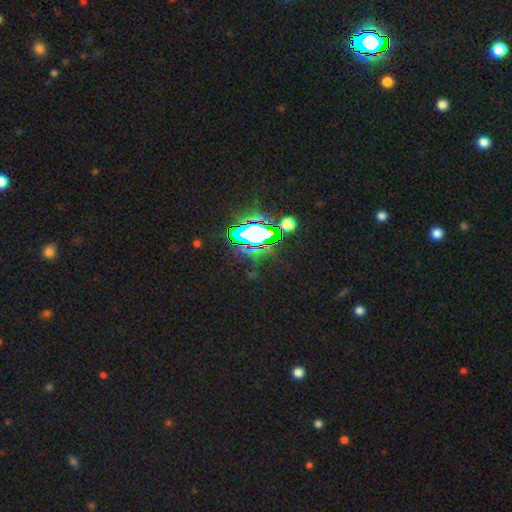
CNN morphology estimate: type=star or artifact (79%).